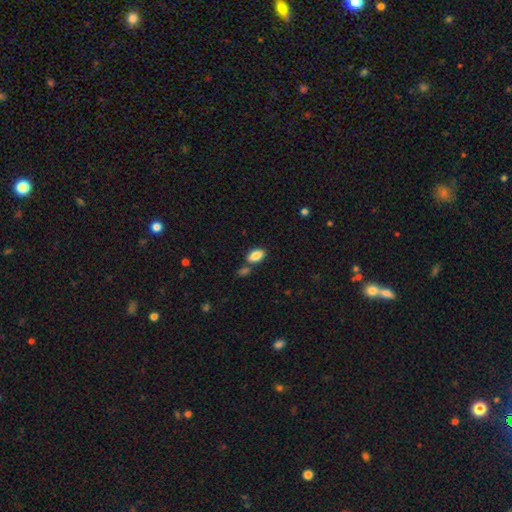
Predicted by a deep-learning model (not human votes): Morphology: type=smooth (86%); roundness=in between (93%); merging=none (71%).